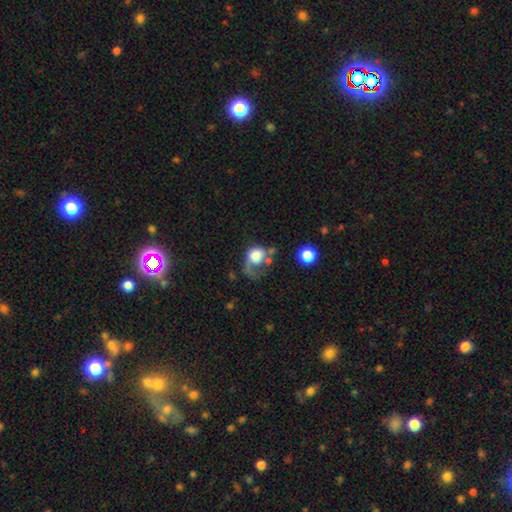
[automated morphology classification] smooth-or-featured: smooth: 57% | featured or disk: 34% | star or artifact: 8%
  how-rounded: round: 67% | in between: 32% | cigar-shaped: 1%
  merging: major disturbance: 49% | none: 24% | minor disturbance: 16% | merger: 11%